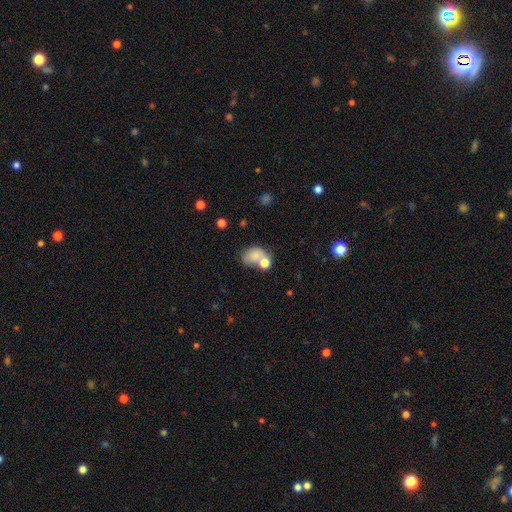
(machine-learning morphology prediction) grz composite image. It shows a smooth galaxy with no disk features (75%) that is in between round and cigar-shaped (67%). Merging: merger (37%).